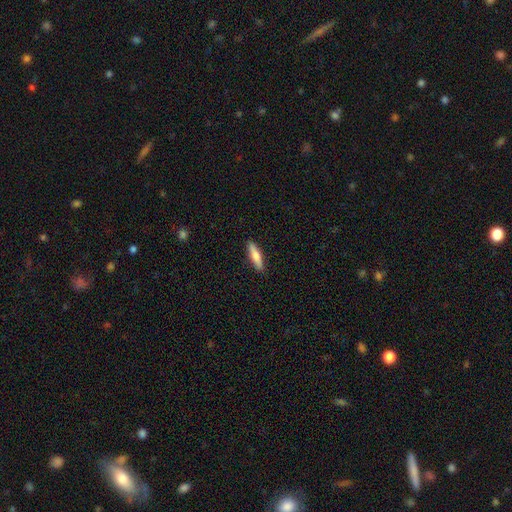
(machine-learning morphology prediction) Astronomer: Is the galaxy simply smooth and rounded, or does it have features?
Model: smooth — 69%.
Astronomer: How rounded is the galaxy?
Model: cigar-shaped — 73%.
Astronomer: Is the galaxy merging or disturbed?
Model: none — 90%.